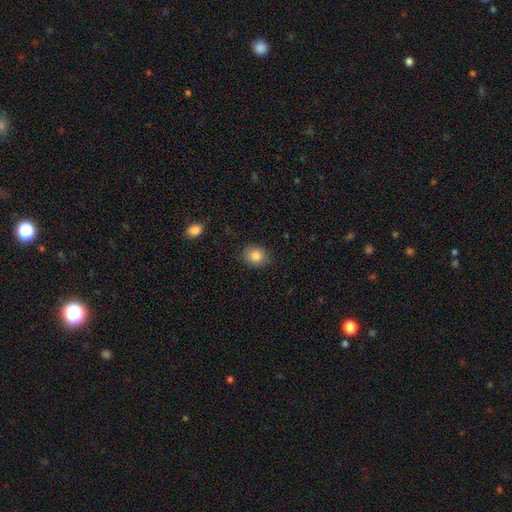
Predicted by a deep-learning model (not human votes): Q: Smooth or featured?
A: smooth (85%); runner-up: star or artifact (9%)
Q: How rounded?
A: round (57%); runner-up: in between (42%)
Q: Merging?
A: none (86%); runner-up: minor disturbance (11%)